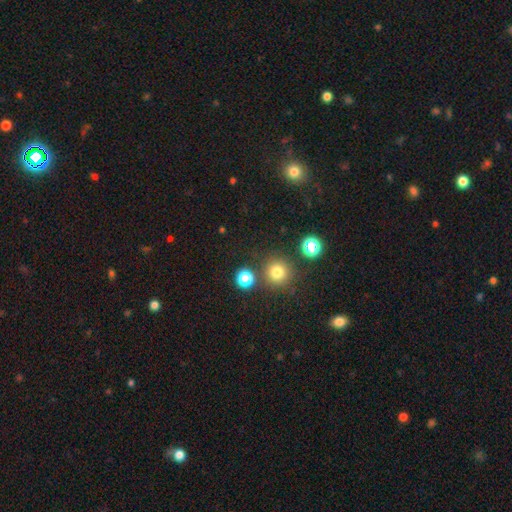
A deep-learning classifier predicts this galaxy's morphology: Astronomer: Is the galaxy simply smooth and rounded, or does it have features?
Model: smooth — 53% (runner-up: star or artifact, 40%).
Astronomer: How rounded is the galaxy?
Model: round — 91%.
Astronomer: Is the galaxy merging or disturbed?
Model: none — 79%.